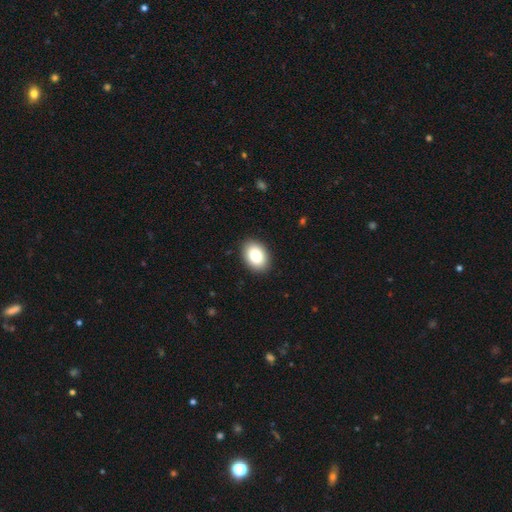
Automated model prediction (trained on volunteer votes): smooth 86%, star or artifact 7%, featured or disk 7%. Down the decision tree: how rounded — in between (82%); merging — none (90%).